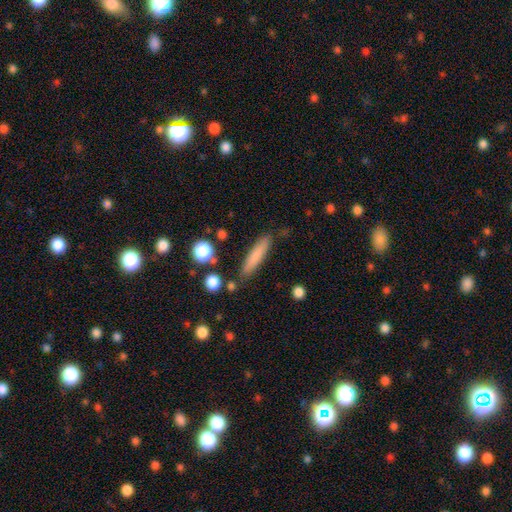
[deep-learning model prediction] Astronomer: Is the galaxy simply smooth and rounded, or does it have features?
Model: smooth — 76%.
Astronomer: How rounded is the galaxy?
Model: cigar-shaped — 88%.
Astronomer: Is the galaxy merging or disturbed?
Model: none — 83%.